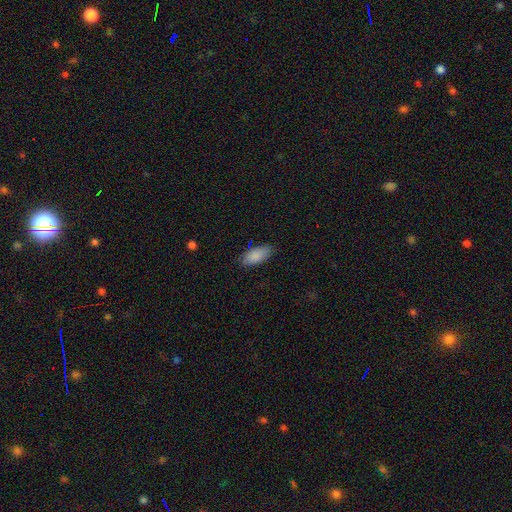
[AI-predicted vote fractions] Smooth or featured? smooth (87%)
How rounded? in between (88%)
Merging? none (83%)